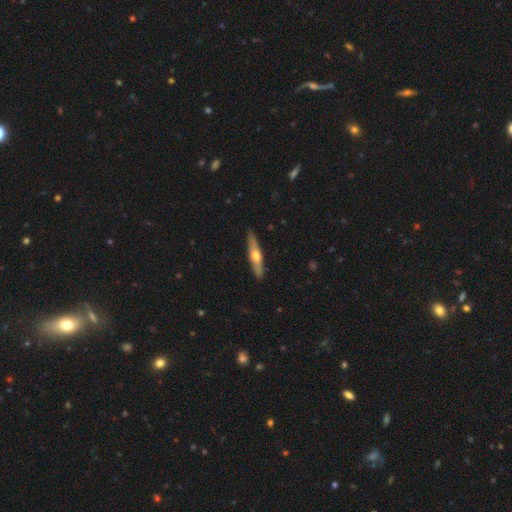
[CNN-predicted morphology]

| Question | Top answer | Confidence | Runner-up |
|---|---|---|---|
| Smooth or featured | featured or disk | 54% | smooth (41%) |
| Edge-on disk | yes | 90% | no (10%) |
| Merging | none | 90% | minor disturbance (8%) |